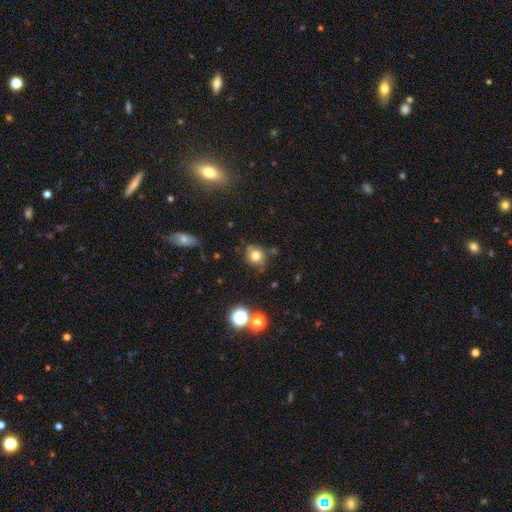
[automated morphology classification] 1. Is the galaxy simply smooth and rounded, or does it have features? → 75% smooth, 13% star or artifact, 11% featured or disk.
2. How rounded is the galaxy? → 72% round, 26% in between, 1% cigar-shaped.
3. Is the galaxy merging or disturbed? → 69% none, 21% minor disturbance, 5% major disturbance, 5% merger.